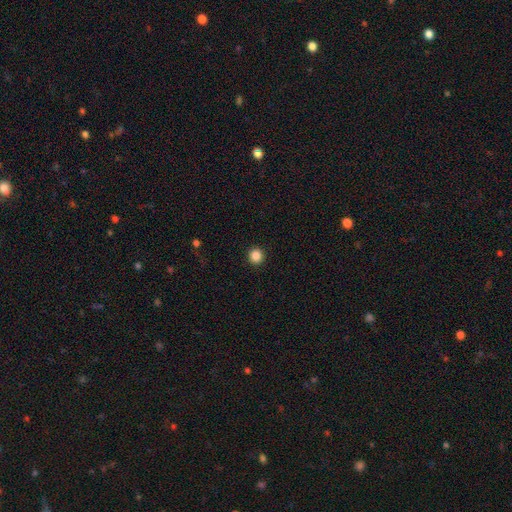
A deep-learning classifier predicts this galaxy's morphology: Overall: smooth (86%). How rounded: round (94%). Merging: none (93%).